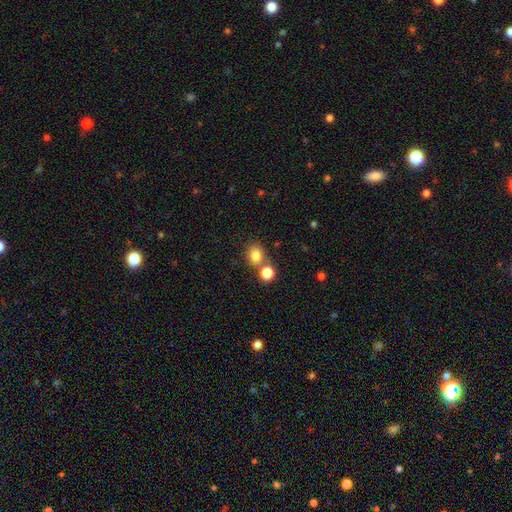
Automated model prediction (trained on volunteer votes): Smooth or featured: smooth — 81% (star or artifact — 12%)
How rounded: round — 70% (in between — 29%)
Merging: none — 59% (merger — 30%)